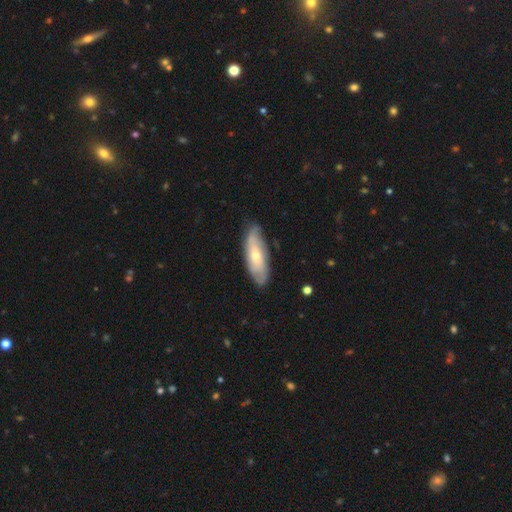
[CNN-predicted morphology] Smooth or featured?
  - featured or disk: 53% *
  - smooth: 41%
  - star or artifact: 6%
Edge-on disk?
  - no: 74% *
  - yes: 26%
Merging?
  - none: 77% *
  - minor disturbance: 18%
  - major disturbance: 4%
  - merger: 1%